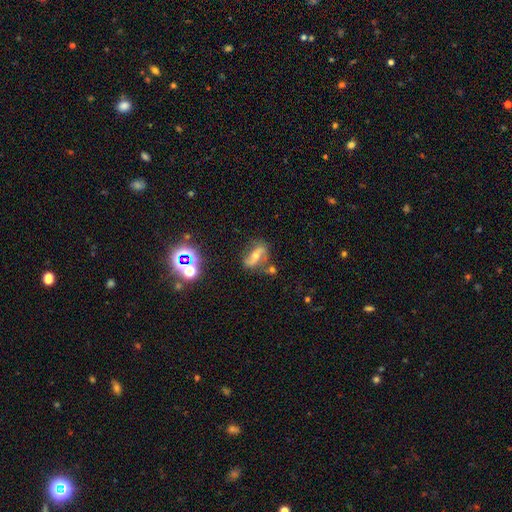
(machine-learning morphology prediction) type=featured or disk (63%); edge-on=no (88%); bar=strong (47%); spiral arms=yes (80%); bulge=moderate (54%); merging=none (66%).